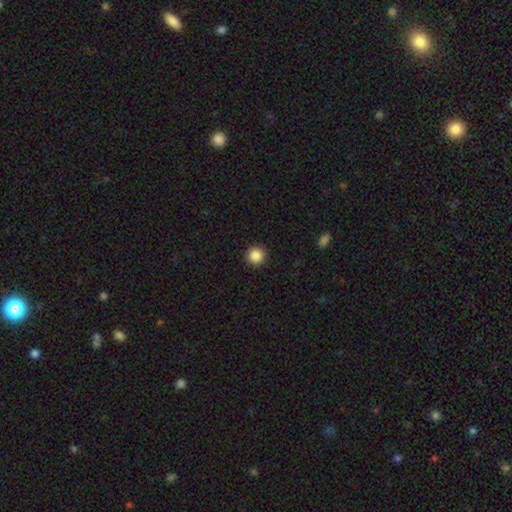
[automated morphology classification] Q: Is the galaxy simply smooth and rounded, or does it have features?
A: smooth — 86%.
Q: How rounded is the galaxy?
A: round — 96%.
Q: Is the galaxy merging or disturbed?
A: none — 93%.